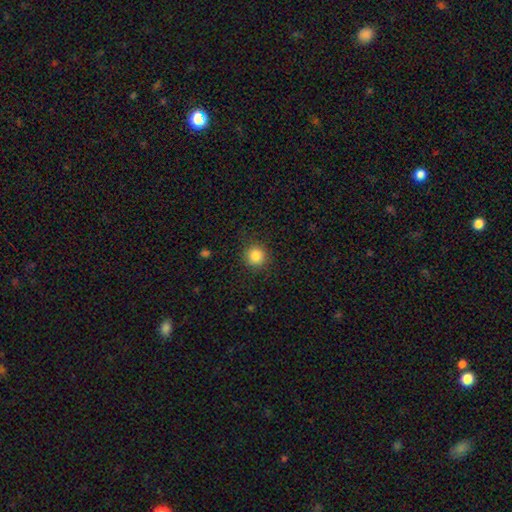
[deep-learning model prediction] smooth-or-featured: smooth: 85% | star or artifact: 11% | featured or disk: 4%
  how-rounded: round: 92% | in between: 7% | cigar-shaped: 1%
  merging: none: 88% | minor disturbance: 8% | major disturbance: 3% | merger: 1%